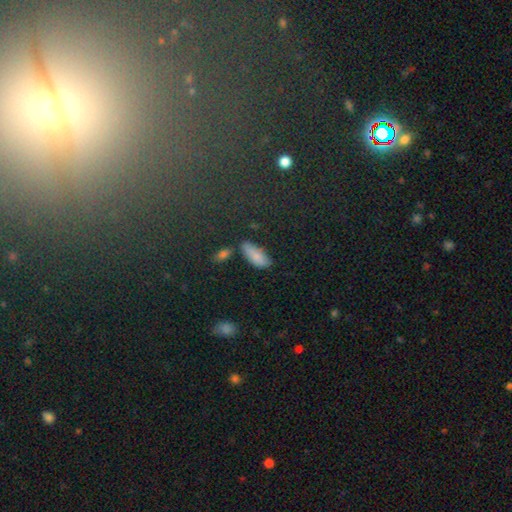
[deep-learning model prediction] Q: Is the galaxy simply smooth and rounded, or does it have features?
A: smooth — 82%.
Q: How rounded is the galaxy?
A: in between — 79%.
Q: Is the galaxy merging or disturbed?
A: none — 61%.